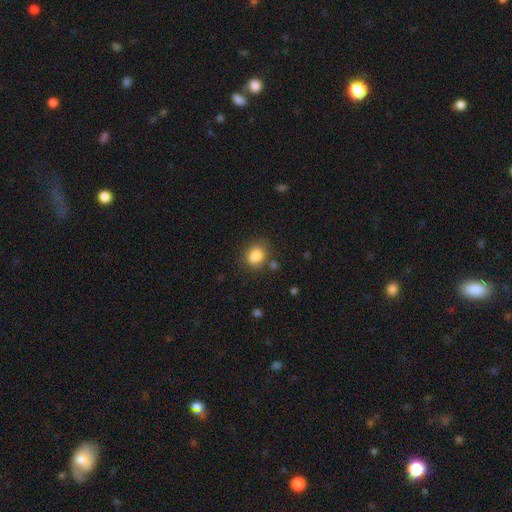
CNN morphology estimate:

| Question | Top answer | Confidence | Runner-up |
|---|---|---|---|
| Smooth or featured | smooth | 83% | star or artifact (10%) |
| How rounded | round | 55% | in between (44%) |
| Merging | none | 65% | minor disturbance (19%) |